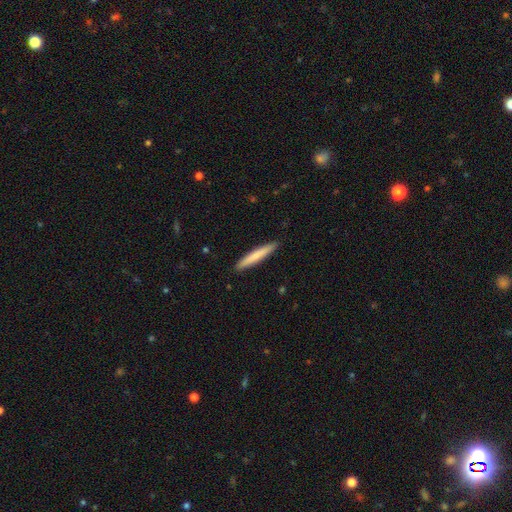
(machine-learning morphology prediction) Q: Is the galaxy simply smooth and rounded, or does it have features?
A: smooth — 73%.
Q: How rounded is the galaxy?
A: cigar-shaped — 95%.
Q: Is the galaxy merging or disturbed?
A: none — 91%.